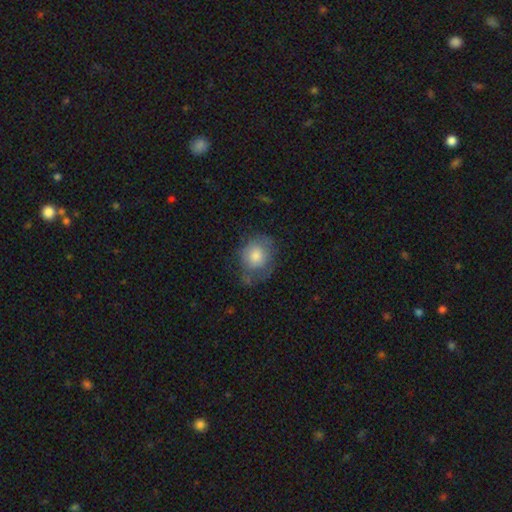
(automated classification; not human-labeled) smooth-or-featured: smooth: 72% | featured or disk: 20% | star or artifact: 8%
  how-rounded: round: 63% | in between: 36% | cigar-shaped: 1%
  merging: none: 51% | minor disturbance: 31% | major disturbance: 16% | merger: 3%